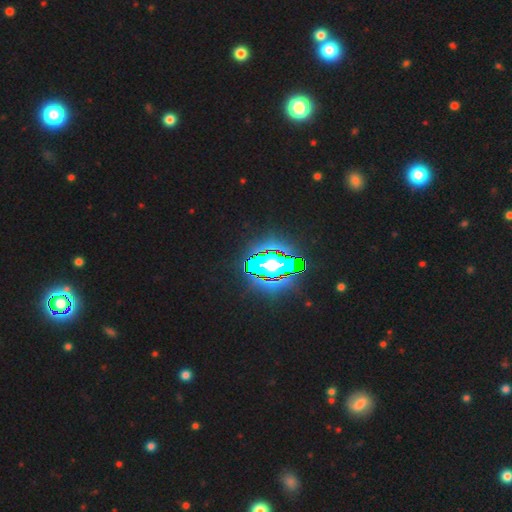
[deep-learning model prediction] star or artifact 85%, smooth 9%, featured or disk 6%.